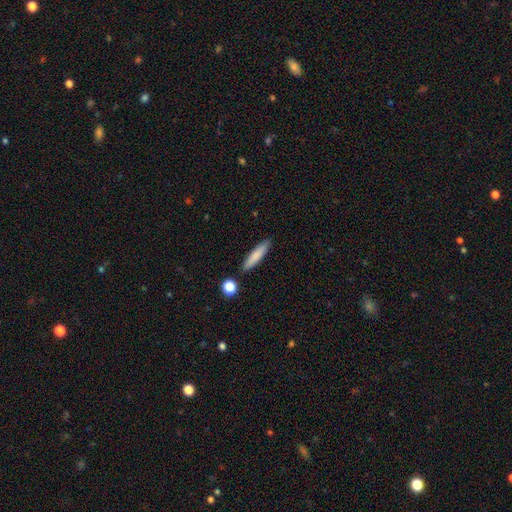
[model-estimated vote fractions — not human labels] Morphology: type=smooth (80%); roundness=cigar-shaped (83%); merging=none (86%).